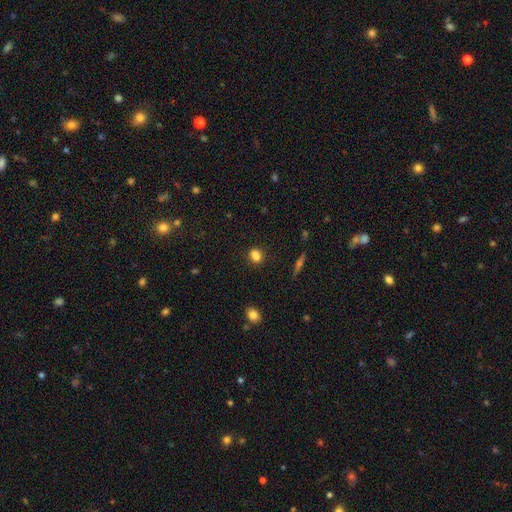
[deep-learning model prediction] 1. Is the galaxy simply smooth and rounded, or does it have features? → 80% smooth, 13% star or artifact, 8% featured or disk.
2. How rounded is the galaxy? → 49% round, 48% in between, 3% cigar-shaped.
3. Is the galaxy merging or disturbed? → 73% none, 13% minor disturbance, 11% merger, 4% major disturbance.